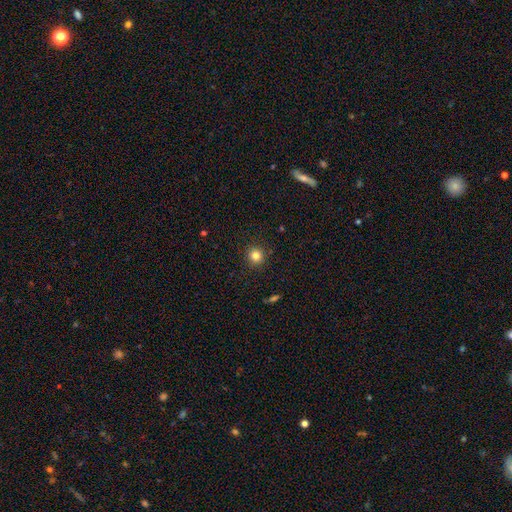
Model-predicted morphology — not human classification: smooth_or_featured: smooth (p=0.82) [alt: star or artifact p=0.12]
how_rounded: round (p=0.94) [alt: in between p=0.05]
merging: none (p=0.92) [alt: minor disturbance p=0.05]